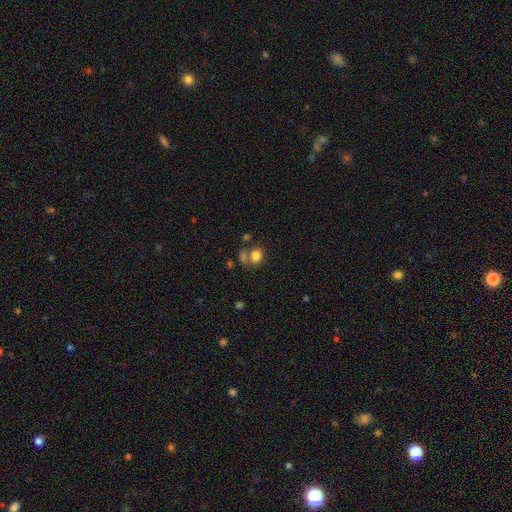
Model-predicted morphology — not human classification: Smooth or featured? smooth (79%)
How rounded? round (51%)
Merging? none (53%)